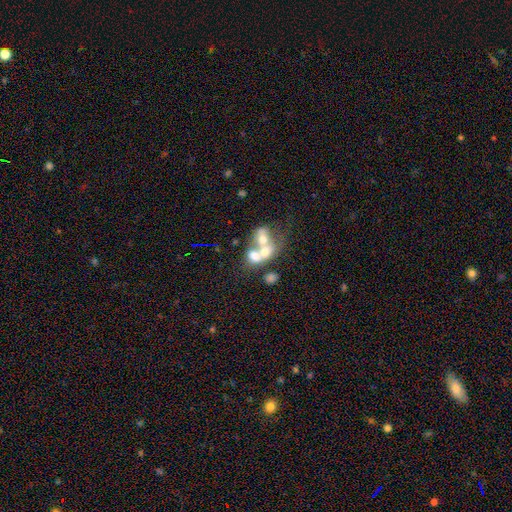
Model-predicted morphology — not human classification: A smooth galaxy with no disk features (49%).

Vote fractions:
- Smooth or featured? smooth: 49% / featured or disk: 38% / star or artifact: 13%
- Merging? merger: 71% / none: 15% / major disturbance: 8% / minor disturbance: 6%